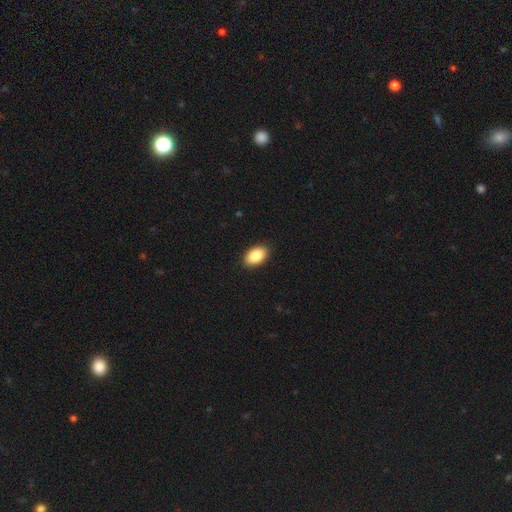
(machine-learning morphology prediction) Smooth or featured?
  - smooth: 86% *
  - star or artifact: 7%
  - featured or disk: 7%
How rounded?
  - in between: 92% *
  - round: 7%
  - cigar-shaped: 1%
Merging?
  - none: 91% *
  - minor disturbance: 7%
  - major disturbance: 2%
  - merger: 1%